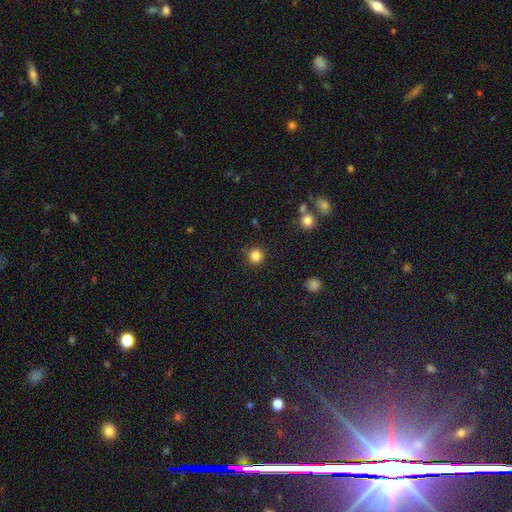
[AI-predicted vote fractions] Overall: smooth (84%). How rounded: round (93%). Merging: none (88%).